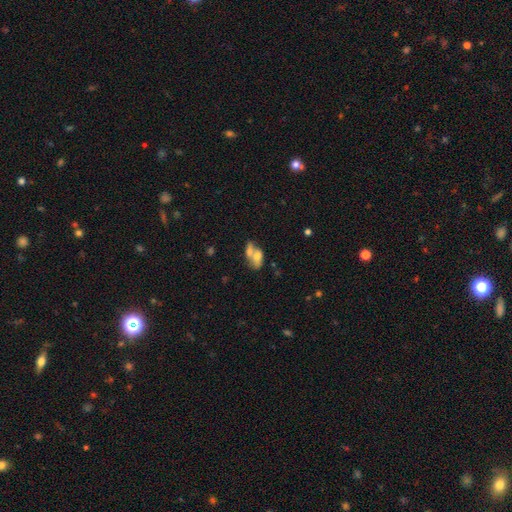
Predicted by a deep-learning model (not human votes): Smooth or featured?
  - smooth: 62% *
  - featured or disk: 29%
  - star or artifact: 9%
How rounded?
  - in between: 83% *
  - round: 9%
  - cigar-shaped: 8%
Merging?
  - merger: 58% *
  - none: 25%
  - minor disturbance: 10%
  - major disturbance: 6%